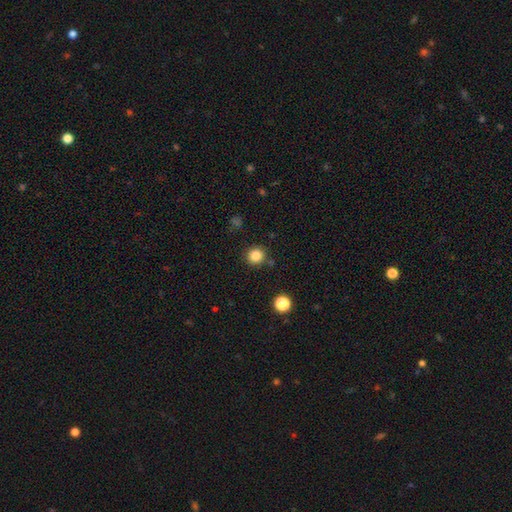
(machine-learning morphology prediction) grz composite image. It shows a smooth galaxy with no disk features (84%) that is round (92%). Merging: none (87%).